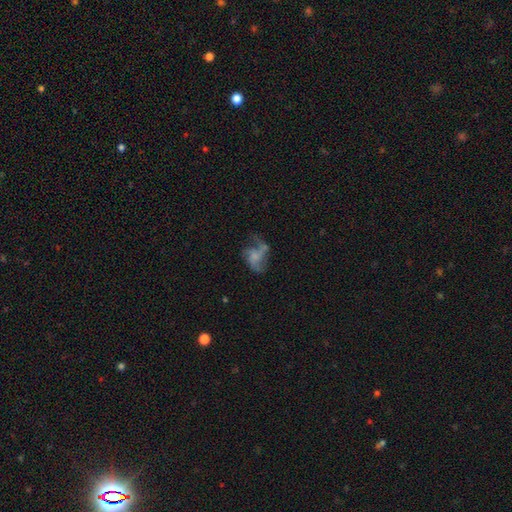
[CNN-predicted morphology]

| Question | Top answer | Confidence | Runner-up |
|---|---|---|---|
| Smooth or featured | featured or disk | 60% | smooth (28%) |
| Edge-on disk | no | 97% | yes (3%) |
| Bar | no | 74% | weak (22%) |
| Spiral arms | yes | 70% | no (30%) |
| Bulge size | none | 47% | small (31%) |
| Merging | major disturbance | 39% | none (35%) |